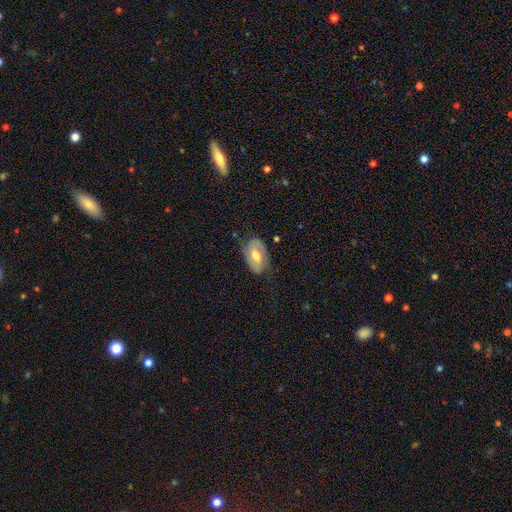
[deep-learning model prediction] Smooth or featured? smooth (49%)
Merging? none (67%)